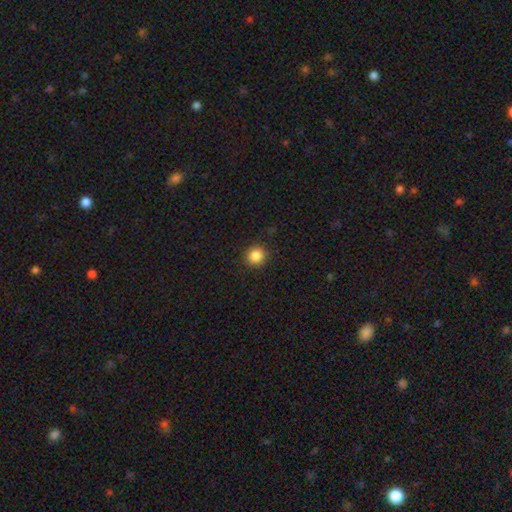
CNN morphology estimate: type=smooth (87%); roundness=round (92%); merging=none (91%).